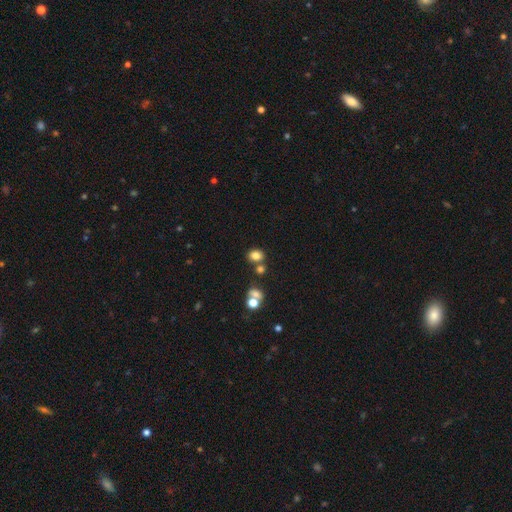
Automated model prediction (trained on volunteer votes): A smooth galaxy with no disk features (79%) that is round (50%).

Vote fractions:
- Smooth or featured? smooth: 79% / star or artifact: 13% / featured or disk: 7%
- How rounded? round: 50% / in between: 49% / cigar-shaped: 1%
- Merging? none: 67% / merger: 18% / minor disturbance: 12% / major disturbance: 4%